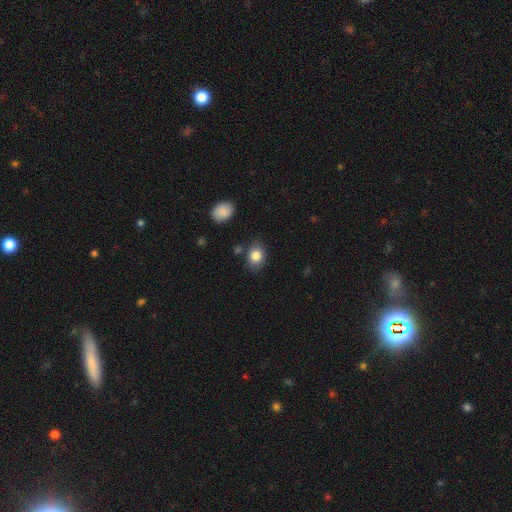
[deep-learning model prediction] smooth_or_featured: smooth (p=0.83) [alt: star or artifact p=0.09]
how_rounded: in between (p=0.62) [alt: round p=0.36]
merging: none (p=0.79) [alt: minor disturbance p=0.15]